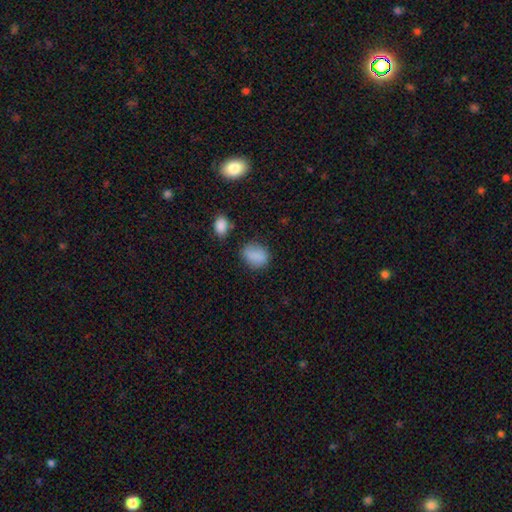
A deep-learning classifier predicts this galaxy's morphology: smooth_or_featured: smooth (p=0.85) [alt: star or artifact p=0.09]
how_rounded: in between (p=0.61) [alt: round p=0.38]
merging: none (p=0.72) [alt: minor disturbance p=0.19]